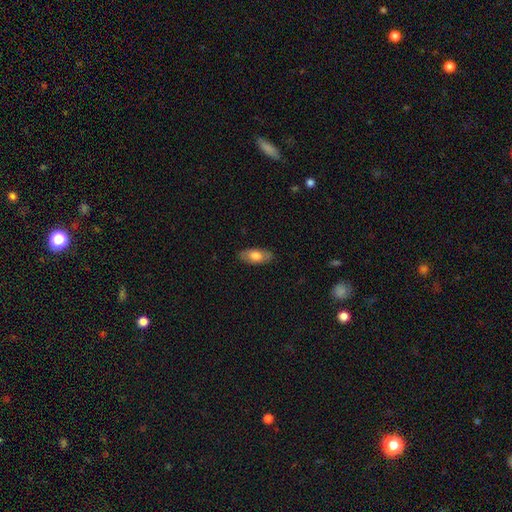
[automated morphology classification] A smooth galaxy with no disk features (72%) that is in between round and cigar-shaped (88%).

Vote fractions:
- Smooth or featured? smooth: 72% / featured or disk: 22% / star or artifact: 6%
- How rounded? in between: 88% / cigar-shaped: 9% / round: 3%
- Merging? none: 85% / minor disturbance: 11% / major disturbance: 2% / merger: 1%